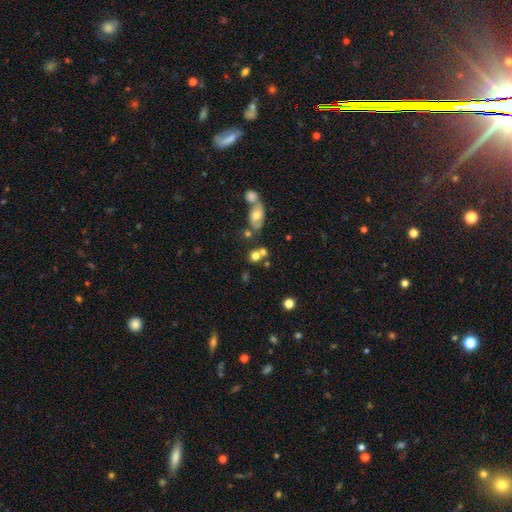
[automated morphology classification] Smooth or featured?
  - smooth: 73% *
  - featured or disk: 14%
  - star or artifact: 13%
How rounded?
  - round: 66% *
  - in between: 33%
  - cigar-shaped: 2%
Merging?
  - none: 43% *
  - merger: 41%
  - minor disturbance: 11%
  - major disturbance: 6%